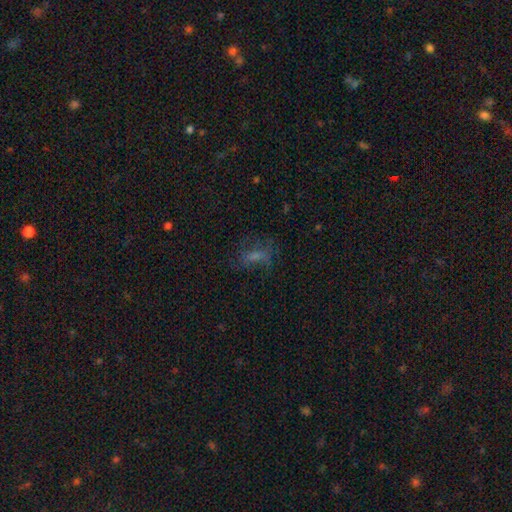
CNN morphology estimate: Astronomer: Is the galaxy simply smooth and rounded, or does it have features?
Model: smooth — 44% (runner-up: featured or disk, 33%).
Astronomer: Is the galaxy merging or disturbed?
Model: none — 52%.